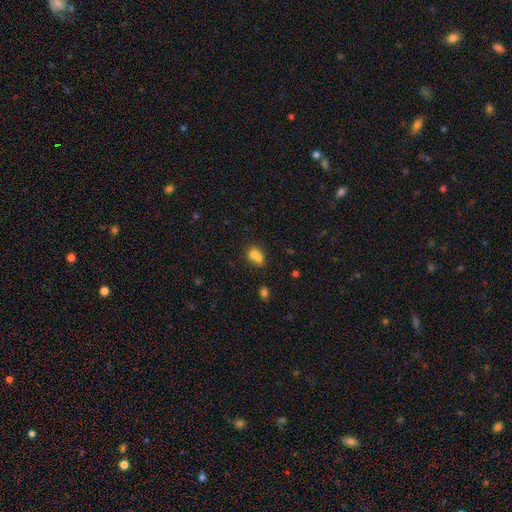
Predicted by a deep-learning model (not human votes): Morphology: type=smooth (74%); roundness=in between (56%); merging=merger (56%).